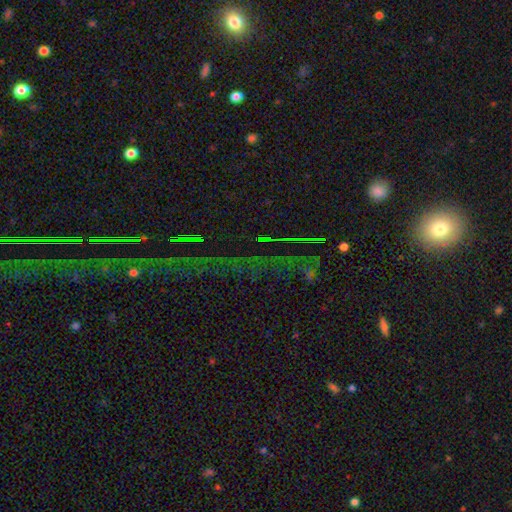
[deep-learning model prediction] Smooth or featured: star or artifact — 79% (smooth — 11%)